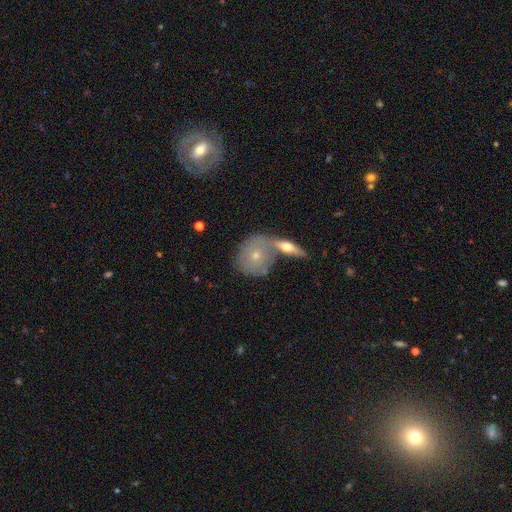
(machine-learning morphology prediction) smooth_or_featured: smooth (p=0.57) [alt: featured or disk p=0.36]
how_rounded: round (p=0.70) [alt: in between p=0.26]
merging: none (p=0.44) [alt: merger p=0.40]